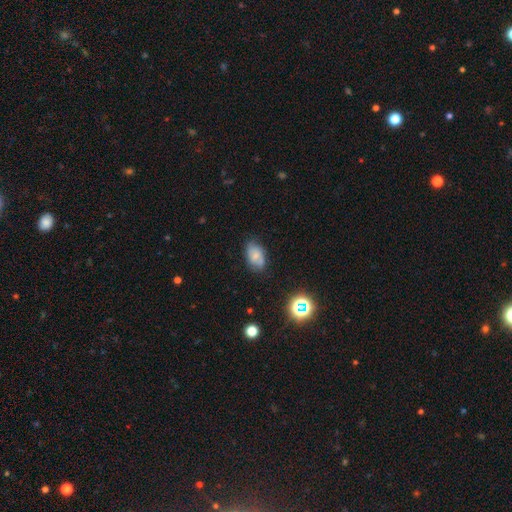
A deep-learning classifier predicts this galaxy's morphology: Smooth or featured? smooth (63%)
How rounded? in between (90%)
Merging? none (69%)